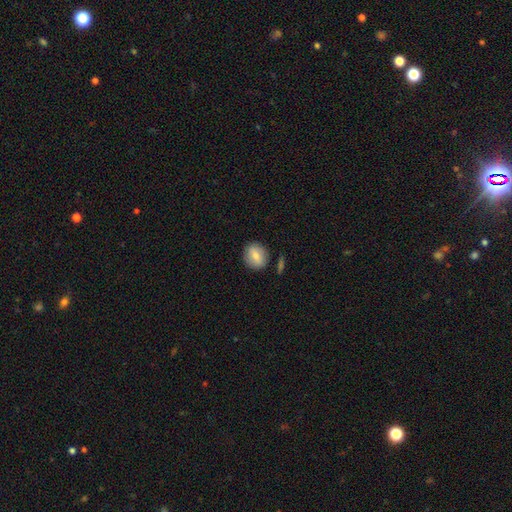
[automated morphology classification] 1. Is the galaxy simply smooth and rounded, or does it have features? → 76% smooth, 16% featured or disk, 7% star or artifact.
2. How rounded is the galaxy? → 68% round, 31% in between, 1% cigar-shaped.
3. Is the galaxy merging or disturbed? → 83% none, 11% minor disturbance, 4% merger, 3% major disturbance.